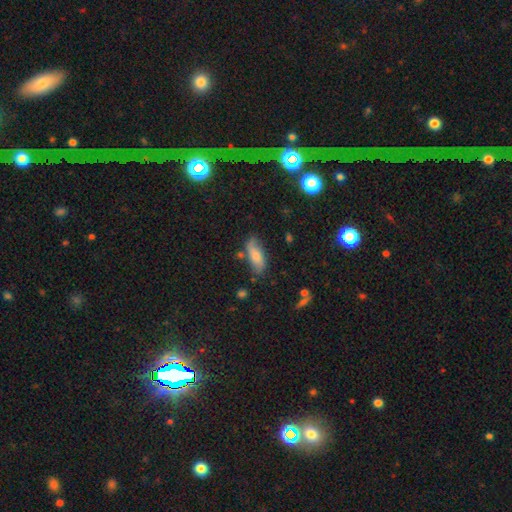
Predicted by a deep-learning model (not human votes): Morphology: type=smooth (72%); roundness=in between (76%); merging=none (66%).